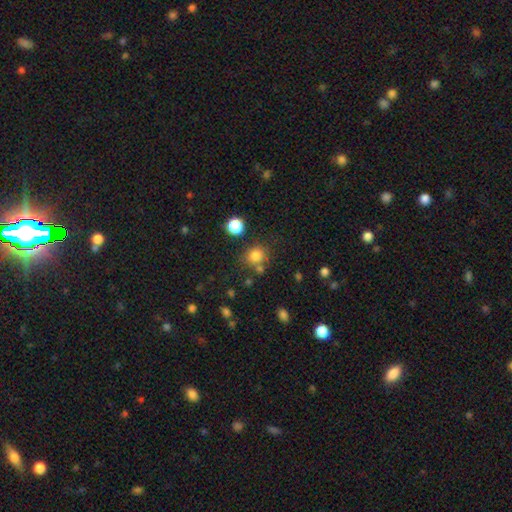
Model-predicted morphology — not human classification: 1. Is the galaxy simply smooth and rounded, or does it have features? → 80% smooth, 14% star or artifact, 7% featured or disk.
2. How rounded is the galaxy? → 80% round, 19% in between, 1% cigar-shaped.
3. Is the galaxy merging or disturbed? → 70% none, 13% merger, 12% minor disturbance, 5% major disturbance.